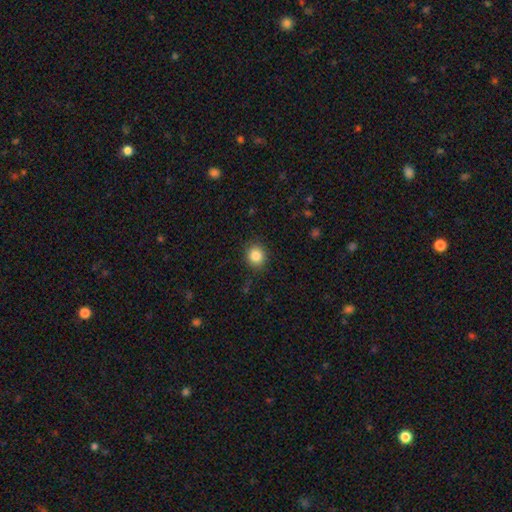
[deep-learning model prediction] Q: Smooth or featured?
A: smooth (85%); runner-up: star or artifact (10%)
Q: How rounded?
A: round (82%); runner-up: in between (17%)
Q: Merging?
A: none (88%); runner-up: minor disturbance (8%)